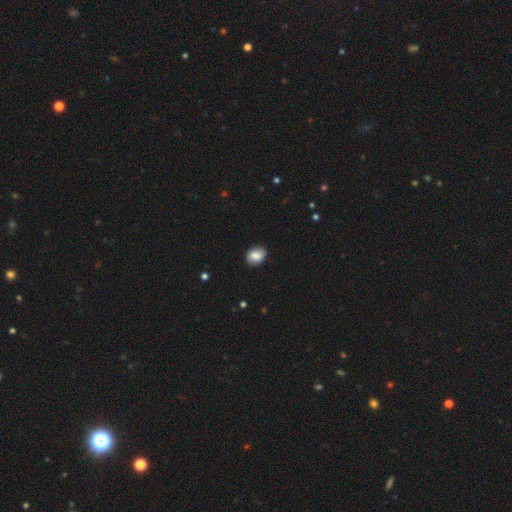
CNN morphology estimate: Overall: smooth (80%). How rounded: in between (57%; round 42%). Merging: none (86%).